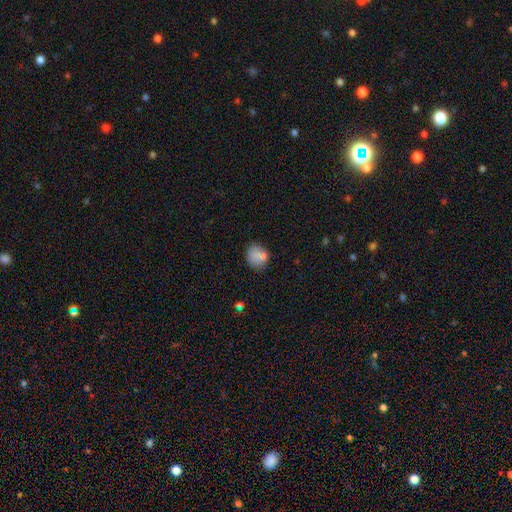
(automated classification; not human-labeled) Morphology: type=smooth (81%); roundness=round (71%); merging=none (64%).